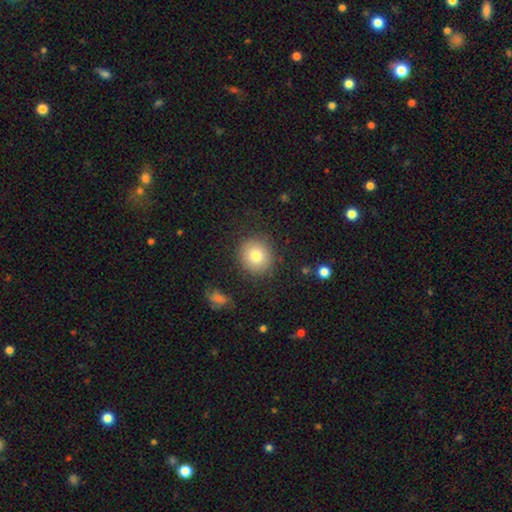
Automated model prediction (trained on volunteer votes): Smooth or featured: smooth — 78% (featured or disk — 12%)
How rounded: round — 87% (in between — 12%)
Merging: none — 86% (minor disturbance — 9%)